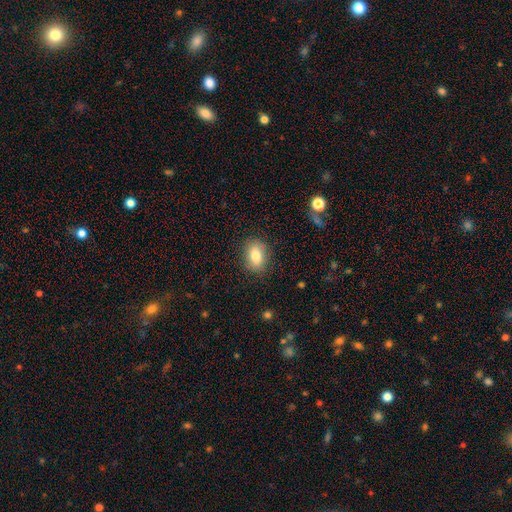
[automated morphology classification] Q: Smooth or featured?
A: smooth (79%); runner-up: featured or disk (12%)
Q: How rounded?
A: in between (73%); runner-up: round (25%)
Q: Merging?
A: none (84%); runner-up: minor disturbance (11%)